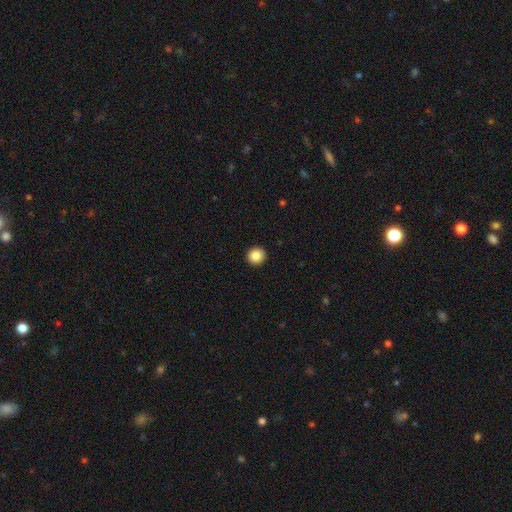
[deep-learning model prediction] This appears to be a smooth galaxy with no disk features (87%) that is round (93%). Merging: none (94%).